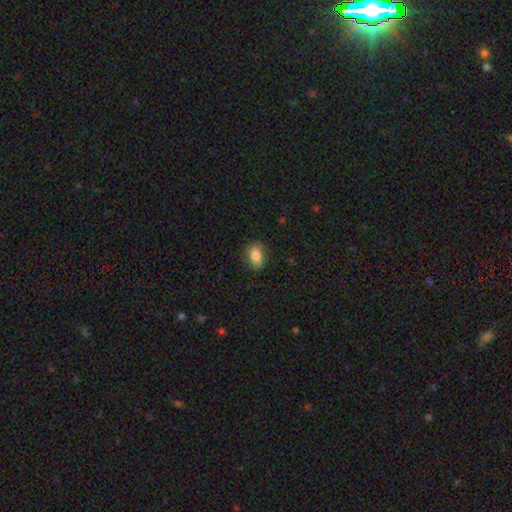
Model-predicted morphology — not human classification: smooth 80%, featured or disk 11%, star or artifact 9%. Down the decision tree: how rounded — in between (76%); merging — none (85%).